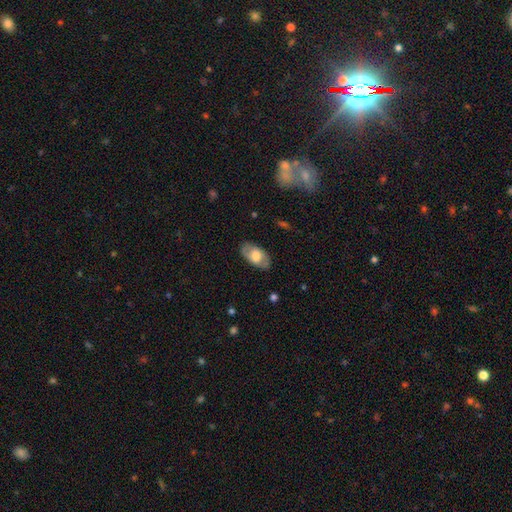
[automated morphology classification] smooth-or-featured: smooth: 57% | featured or disk: 37% | star or artifact: 6%
  how-rounded: in between: 93% | round: 4% | cigar-shaped: 2%
  merging: none: 83% | minor disturbance: 13% | major disturbance: 4% | merger: 1%